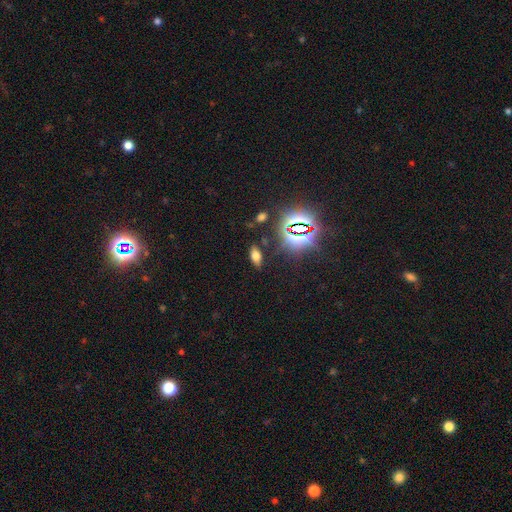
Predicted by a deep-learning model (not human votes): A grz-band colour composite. It shows a smooth galaxy with no disk features (59%) that is in between round and cigar-shaped (82%). Merging: none (84%).